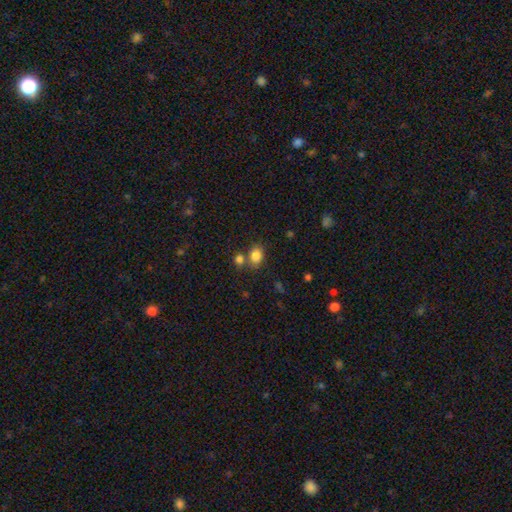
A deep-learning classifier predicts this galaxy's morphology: A smooth galaxy with no disk features (84%) that is in between round and cigar-shaped (59%).

Vote fractions:
- Smooth or featured? smooth: 84% / star or artifact: 10% / featured or disk: 6%
- How rounded? in between: 59% / round: 40% / cigar-shaped: 1%
- Merging? none: 60% / merger: 24% / minor disturbance: 12% / major disturbance: 4%